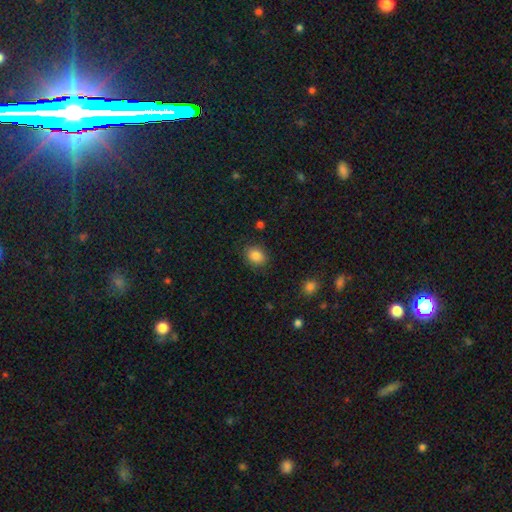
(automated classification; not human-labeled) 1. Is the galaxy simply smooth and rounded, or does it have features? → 85% smooth, 10% star or artifact, 5% featured or disk.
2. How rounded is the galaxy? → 55% in between, 44% round, 1% cigar-shaped.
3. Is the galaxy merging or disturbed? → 85% none, 11% minor disturbance, 3% major disturbance, 1% merger.